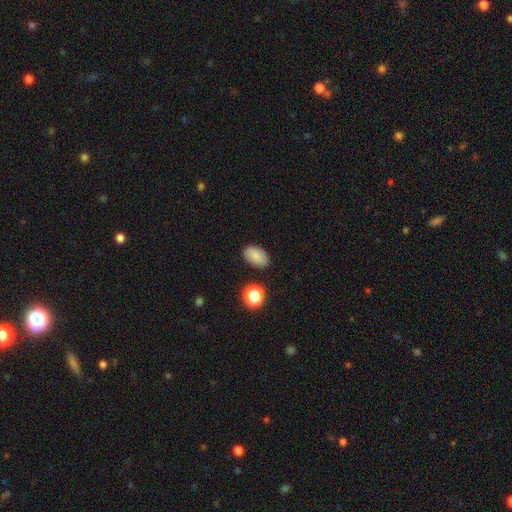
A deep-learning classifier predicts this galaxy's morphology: A smooth galaxy with no disk features (83%) that is in between round and cigar-shaped (89%). Merging: none (86%).